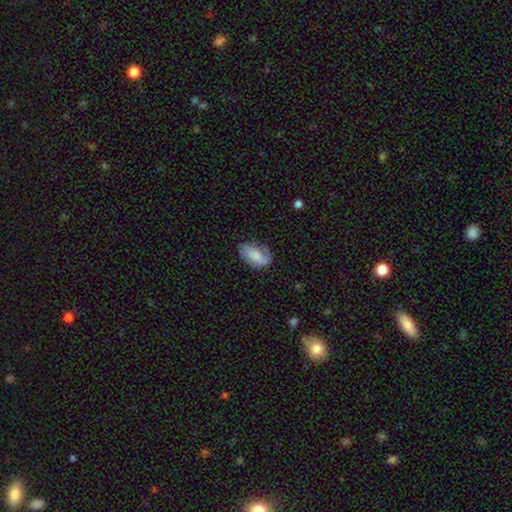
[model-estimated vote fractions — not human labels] Smooth or featured? smooth (61%)
How rounded? in between (91%)
Merging? none (66%)